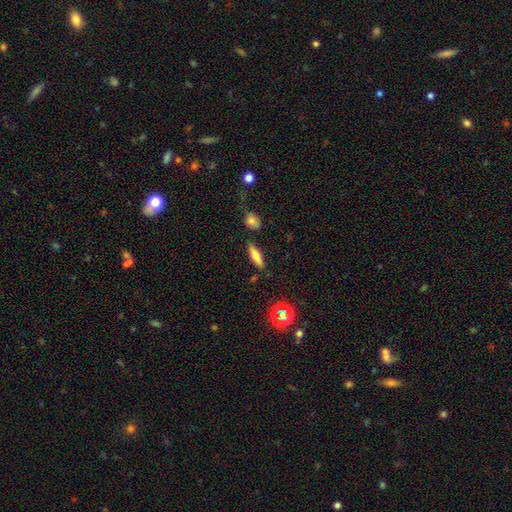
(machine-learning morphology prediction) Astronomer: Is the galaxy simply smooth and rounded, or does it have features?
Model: smooth — 67%.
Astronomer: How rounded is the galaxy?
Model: cigar-shaped — 58% (runner-up: in between, 39%).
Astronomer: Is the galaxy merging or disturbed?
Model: none — 81%.